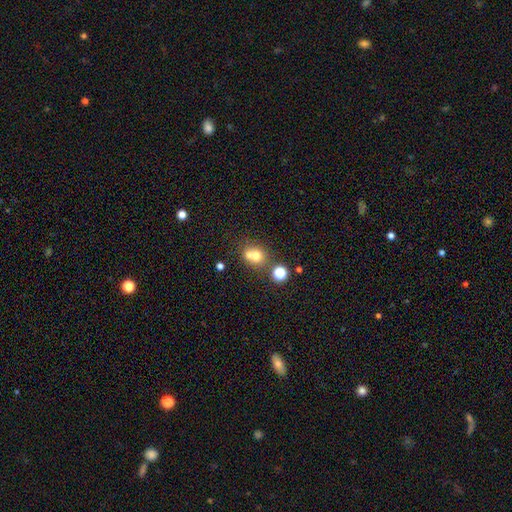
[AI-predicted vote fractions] The model was most divided on "merging": merger: 50%, none: 40%, minor disturbance: 7%, major disturbance: 3%. More confident: how rounded — round (76%); smooth or featured — smooth (68%).